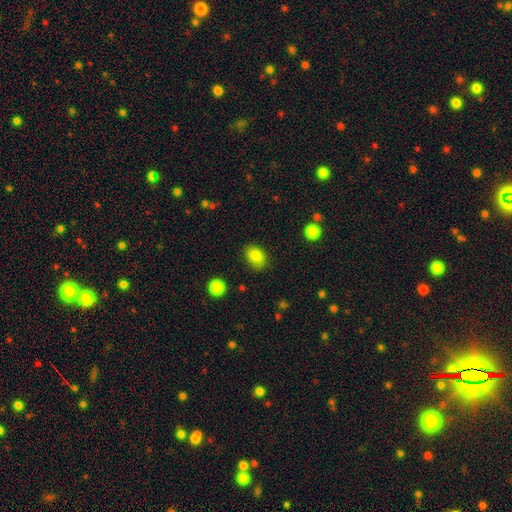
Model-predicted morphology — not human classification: smooth 86%, star or artifact 9%, featured or disk 5%. Down the decision tree: how rounded — in between (76%); merging — none (79%).